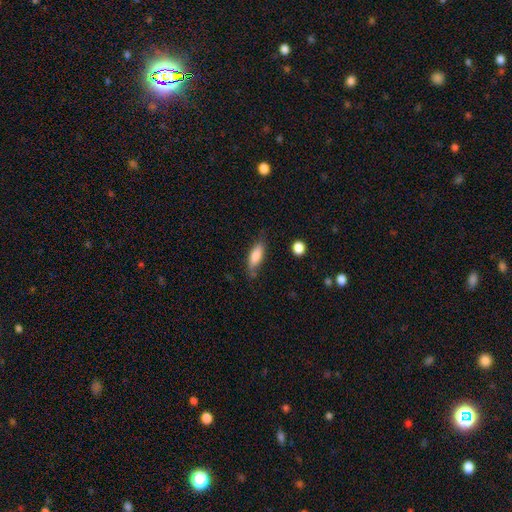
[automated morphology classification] Smooth or featured? Predicted: smooth (p=0.77). How rounded? Predicted: in between (p=0.59). Merging? Predicted: none (p=0.67).